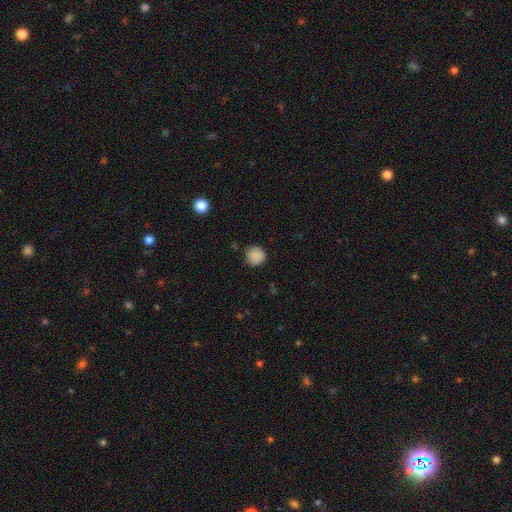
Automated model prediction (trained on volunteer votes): smooth 88%, star or artifact 9%, featured or disk 3%. Down the decision tree: how rounded — round (94%); merging — none (87%).